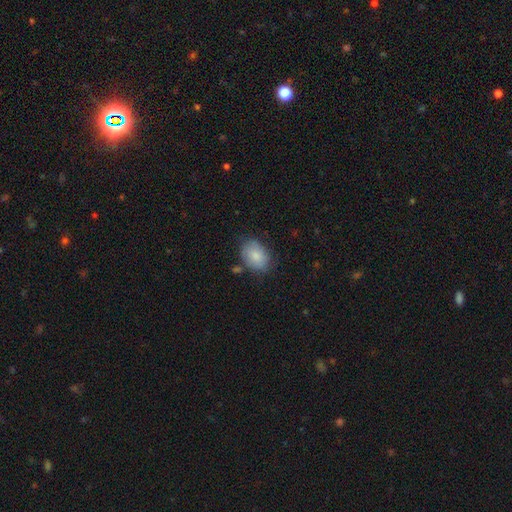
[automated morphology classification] type=smooth (83%); roundness=in between (79%); merging=none (71%).